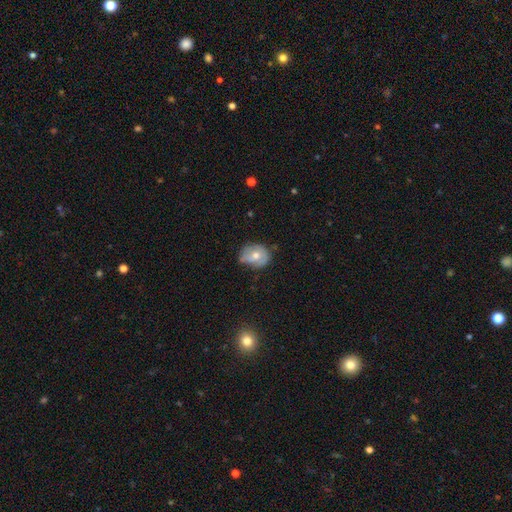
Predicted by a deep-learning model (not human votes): smooth_or_featured: smooth (p=0.48) [alt: featured or disk p=0.43]
merging: none (p=0.55) [alt: minor disturbance p=0.33]